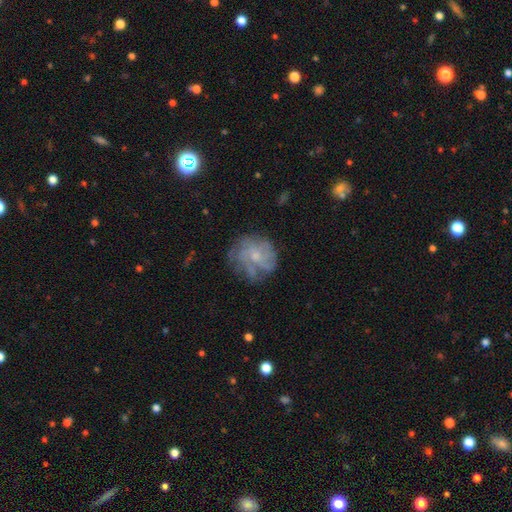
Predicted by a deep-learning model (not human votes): A featured or disk galaxy (62%) with no bar (77%), spiral arms (71%) and a small central bulge (61%).

Vote fractions:
- Smooth or featured? featured or disk: 62% / smooth: 27% / star or artifact: 11%
- Edge-on disk? no: 98% / yes: 2%
- Bar? no: 77% / weak: 20% / strong: 3%
- Spiral arms? yes: 71% / no: 29%
- Bulge size? small: 61% / moderate: 29% / none: 8% / large: 2% / dominant: 1%
- Merging? none: 63% / minor disturbance: 21% / major disturbance: 14% / merger: 2%